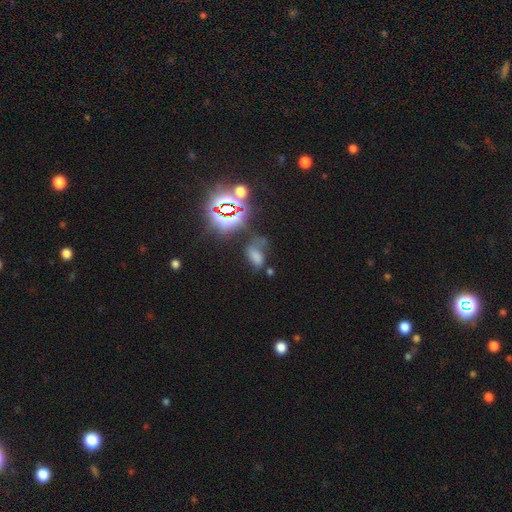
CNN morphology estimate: Overall: smooth (52%; star or artifact 32%). How rounded: in between (86%). Merging: none (34%; major disturbance 26%).